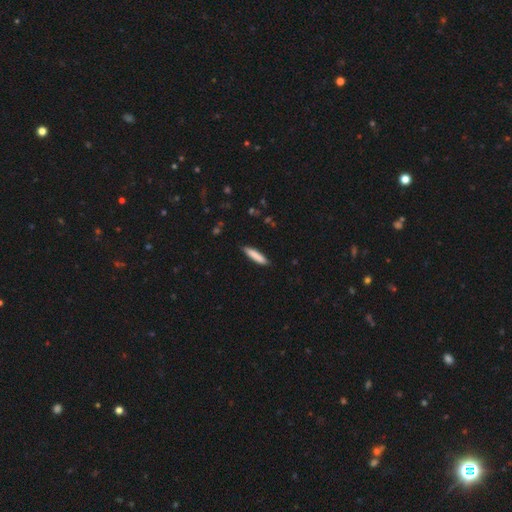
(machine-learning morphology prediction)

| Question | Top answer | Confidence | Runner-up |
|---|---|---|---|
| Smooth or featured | smooth | 84% | featured or disk (10%) |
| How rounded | cigar-shaped | 86% | in between (13%) |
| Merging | none | 88% | minor disturbance (9%) |